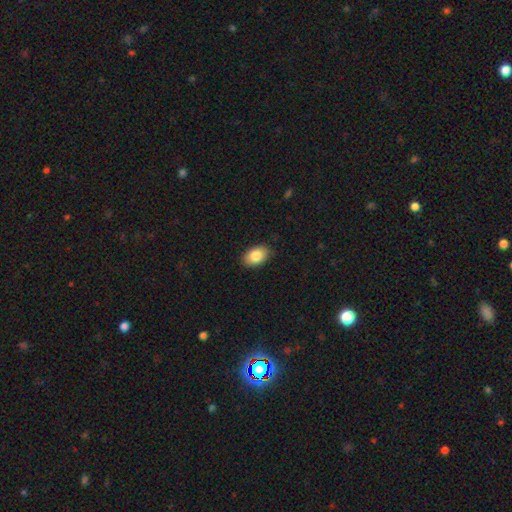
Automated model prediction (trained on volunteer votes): smooth_or_featured: smooth (p=0.84) [alt: featured or disk p=0.09]
how_rounded: in between (p=0.89) [alt: round p=0.10]
merging: none (p=0.87) [alt: minor disturbance p=0.10]